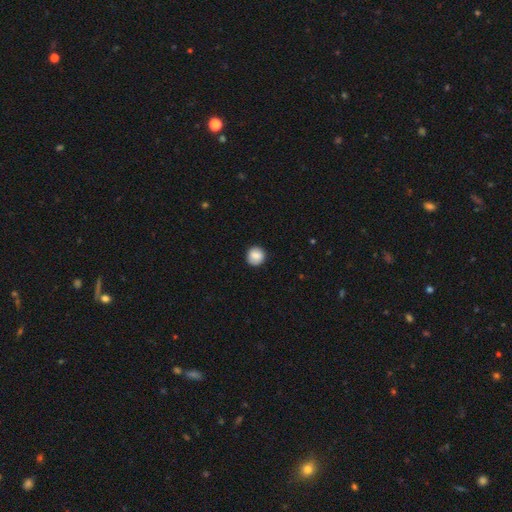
Morphology: type=smooth (82%); roundness=round (94%); merging=none (89%).